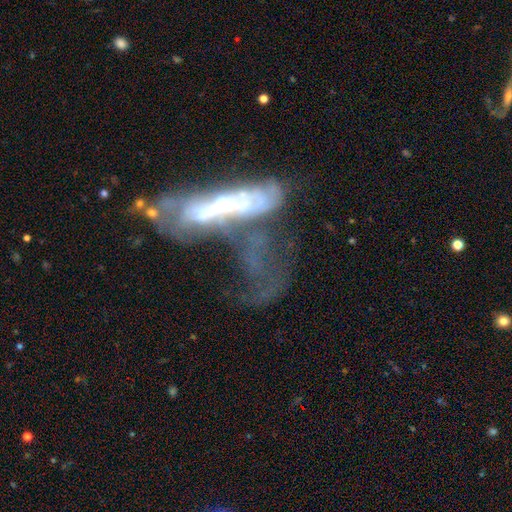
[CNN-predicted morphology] A featured or disk galaxy (67%). Merging: merger (41%).